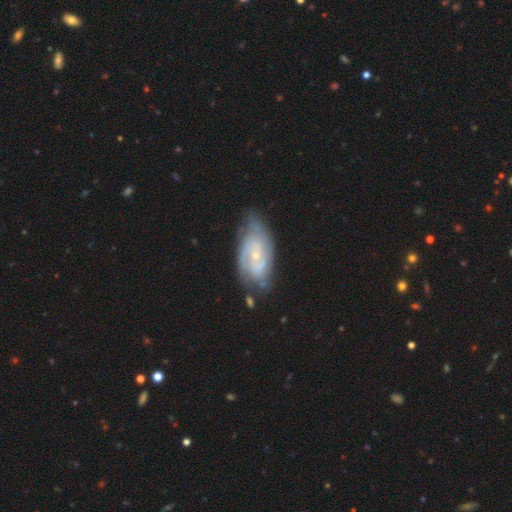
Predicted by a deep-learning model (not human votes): featured or disk 81%, smooth 13%, star or artifact 6%. Down the decision tree: edge-on disk — no (95%); bar — no (58%); spiral arms — yes (93%); spiral arm count — 2 (54%); spiral winding — tight (56%); bulge size — small (71%); merging — none (63%).